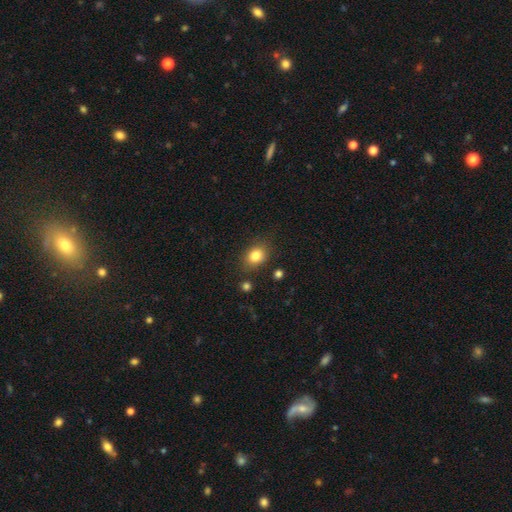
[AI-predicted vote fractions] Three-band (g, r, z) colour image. It shows a smooth galaxy with no disk features (82%) that is in between round and cigar-shaped (57%). Merging: none (79%).